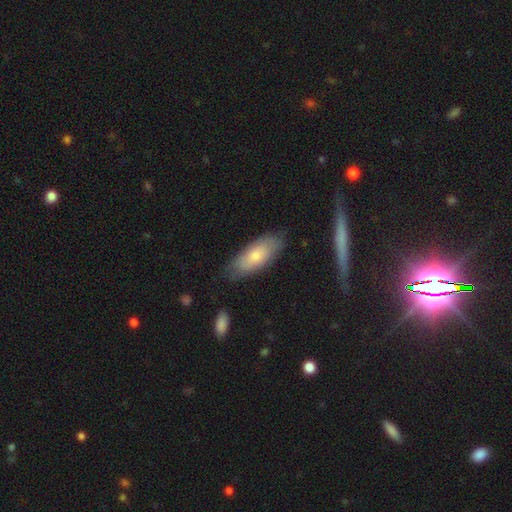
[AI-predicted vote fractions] Overall: smooth (71%). How rounded: in between (82%). Merging: none (75%).